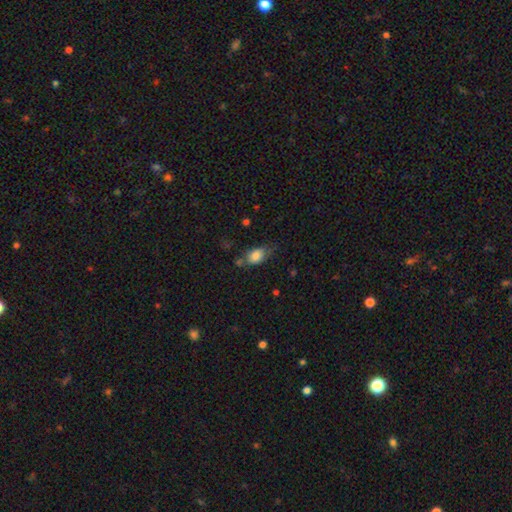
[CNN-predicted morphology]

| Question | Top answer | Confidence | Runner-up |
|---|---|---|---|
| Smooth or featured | smooth | 80% | featured or disk (12%) |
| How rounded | in between | 82% | round (15%) |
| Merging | none | 49% | minor disturbance (29%) |